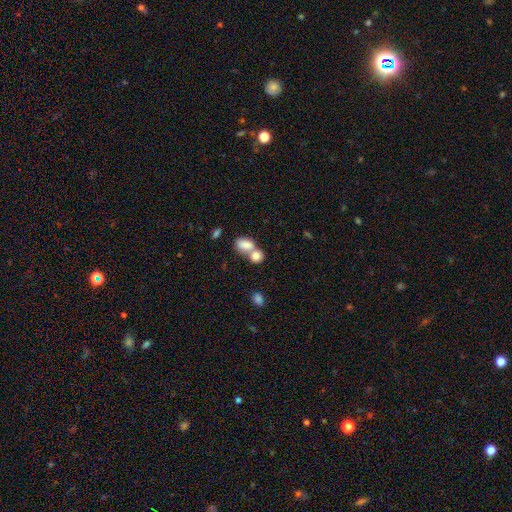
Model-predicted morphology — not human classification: smooth 82%, featured or disk 10%, star or artifact 8%. Down the decision tree: how rounded — in between (66%); merging — merger (67%).